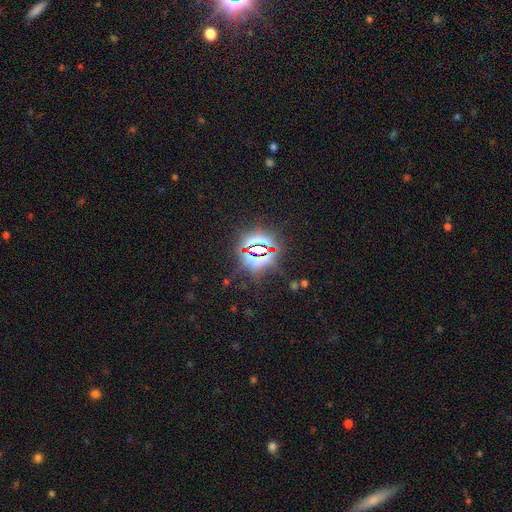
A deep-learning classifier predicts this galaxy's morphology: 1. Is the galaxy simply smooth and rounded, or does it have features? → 80% star or artifact, 12% smooth, 8% featured or disk.